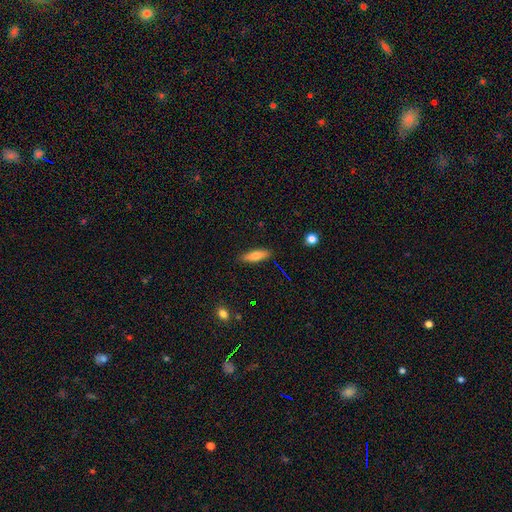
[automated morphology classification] Overall: smooth (66%; featured or disk 27%). How rounded: cigar-shaped (59%; in between 39%). Merging: none (88%).